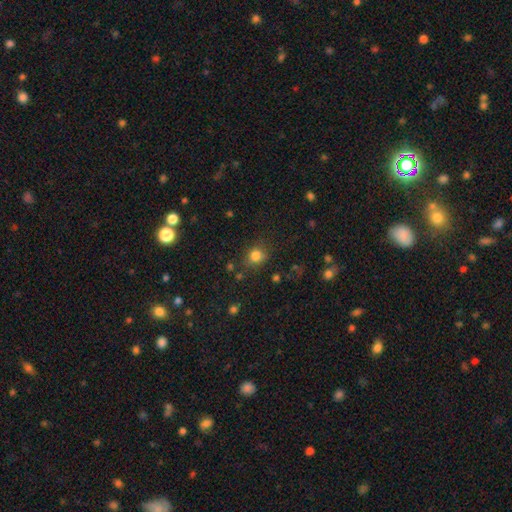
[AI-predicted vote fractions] smooth-or-featured: smooth: 79% | star or artifact: 15% | featured or disk: 6%
  how-rounded: round: 78% | in between: 21% | cigar-shaped: 1%
  merging: none: 73% | minor disturbance: 15% | merger: 6% | major disturbance: 5%